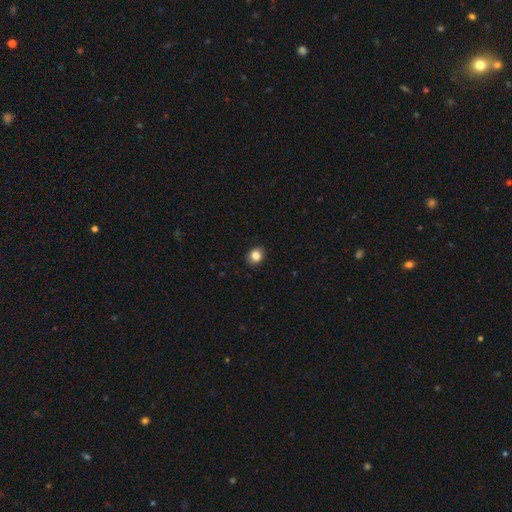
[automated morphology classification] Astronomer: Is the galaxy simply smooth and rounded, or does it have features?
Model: smooth — 84%.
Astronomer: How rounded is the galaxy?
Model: round — 66%.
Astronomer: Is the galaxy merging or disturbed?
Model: none — 89%.